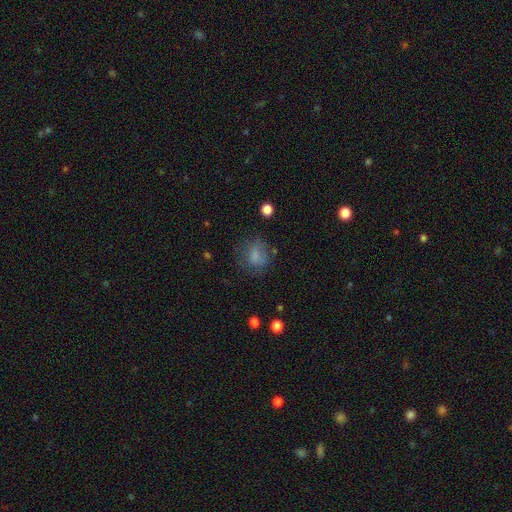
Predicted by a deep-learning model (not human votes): Smooth or featured: smooth — 71% (featured or disk — 16%)
How rounded: round — 62% (in between — 36%)
Merging: none — 59% (minor disturbance — 22%)